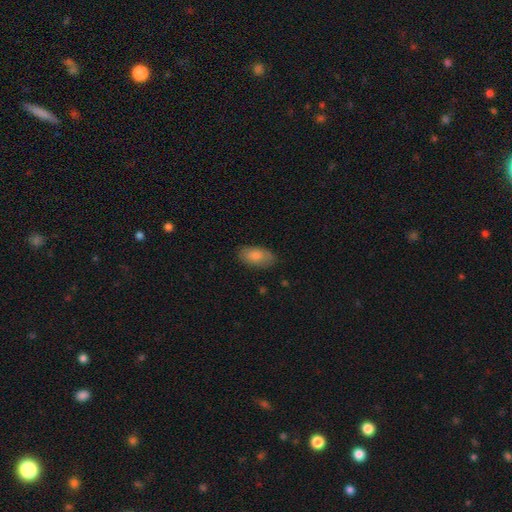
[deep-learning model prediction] A smooth galaxy with no disk features (84%) that is in between round and cigar-shaped (93%). Merging: none (81%).